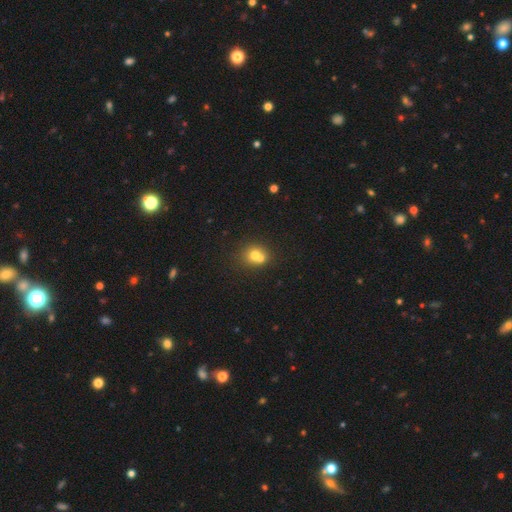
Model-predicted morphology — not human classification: smooth_or_featured: smooth (p=0.69) [alt: featured or disk p=0.18]
how_rounded: round (p=0.77) [alt: in between p=0.22]
merging: merger (p=0.53) [alt: none p=0.37]